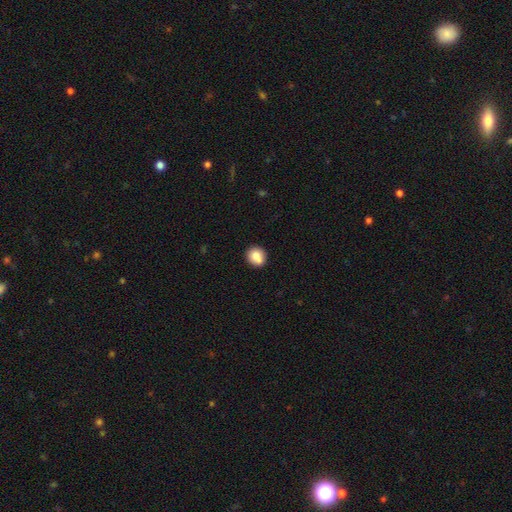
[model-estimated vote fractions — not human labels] Q: Smooth or featured?
A: smooth (81%); runner-up: featured or disk (10%)
Q: How rounded?
A: round (83%); runner-up: in between (16%)
Q: Merging?
A: none (74%); runner-up: minor disturbance (12%)